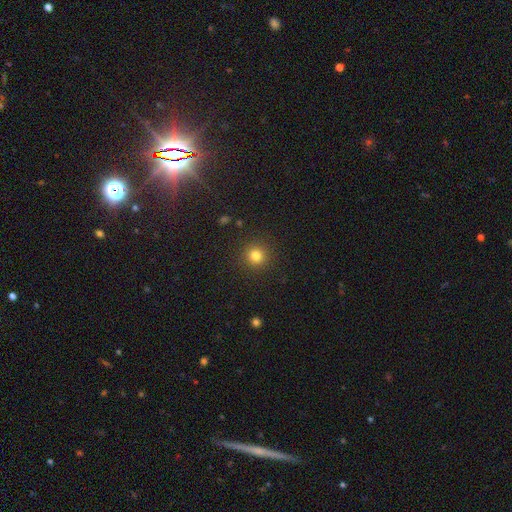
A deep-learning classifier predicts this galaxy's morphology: This appears to be a smooth galaxy with no disk features (81%) that is round (95%). Merging: none (91%).